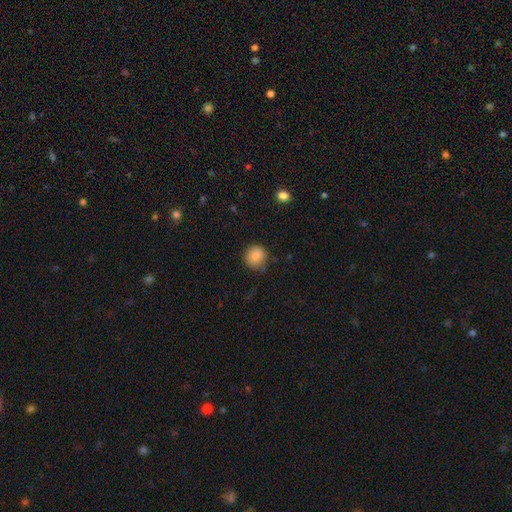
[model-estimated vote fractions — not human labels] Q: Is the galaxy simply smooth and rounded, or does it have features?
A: smooth — 87%.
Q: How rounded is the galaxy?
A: round — 87%.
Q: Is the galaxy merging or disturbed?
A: none — 79%.